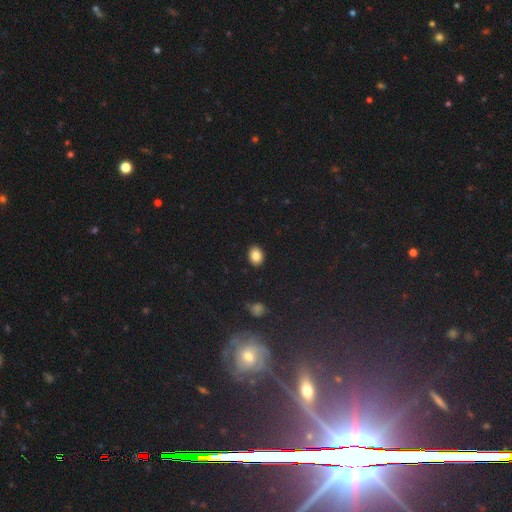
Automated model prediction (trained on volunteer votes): Morphology: type=smooth (86%); roundness=in between (64%); merging=none (90%).